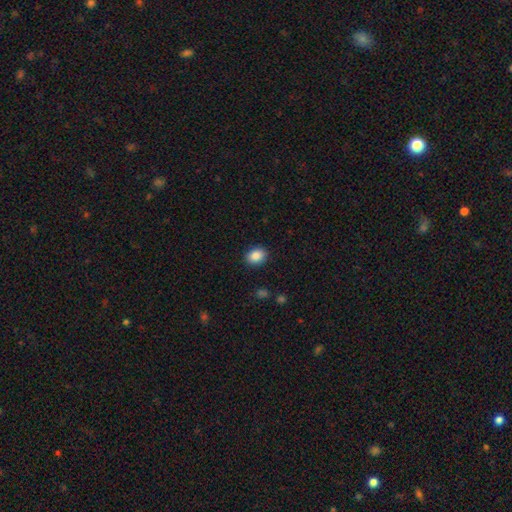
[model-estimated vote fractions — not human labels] Smooth or featured? smooth (88%)
How rounded? in between (60%)
Merging? none (89%)